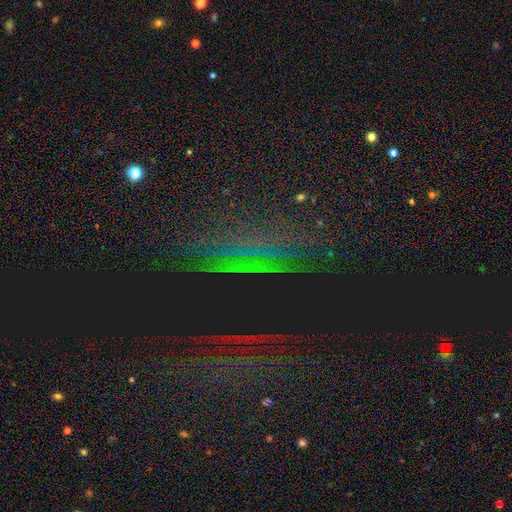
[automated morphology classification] Q: Smooth or featured?
A: star or artifact (64%); runner-up: smooth (21%)